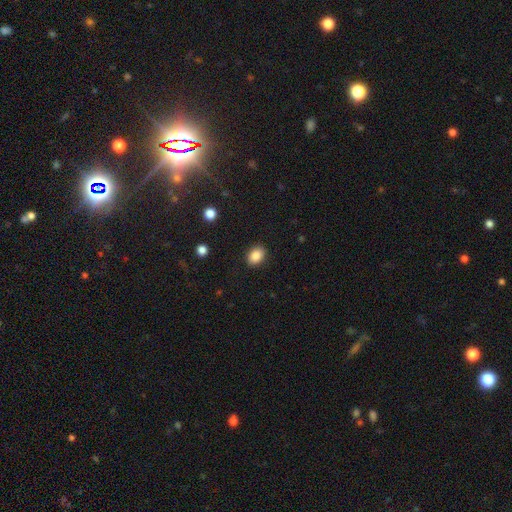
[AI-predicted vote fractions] Morphology: type=smooth (87%); roundness=in between (74%); merging=none (89%).